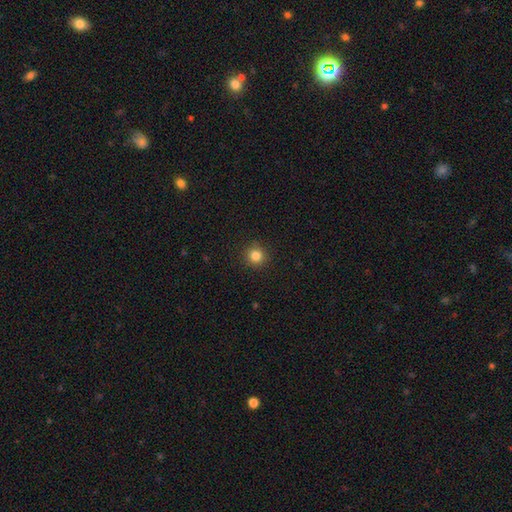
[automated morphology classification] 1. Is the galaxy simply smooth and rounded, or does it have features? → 83% smooth, 12% star or artifact, 5% featured or disk.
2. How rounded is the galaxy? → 93% round, 6% in between, 1% cigar-shaped.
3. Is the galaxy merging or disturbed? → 92% none, 5% minor disturbance, 2% major disturbance, 1% merger.